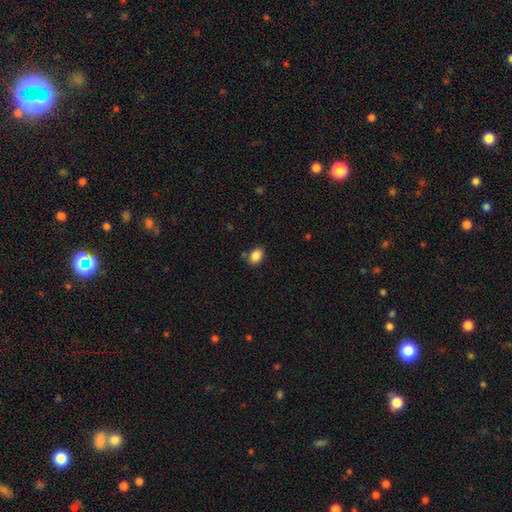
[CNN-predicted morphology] type=smooth (87%); roundness=in between (72%); merging=none (81%).